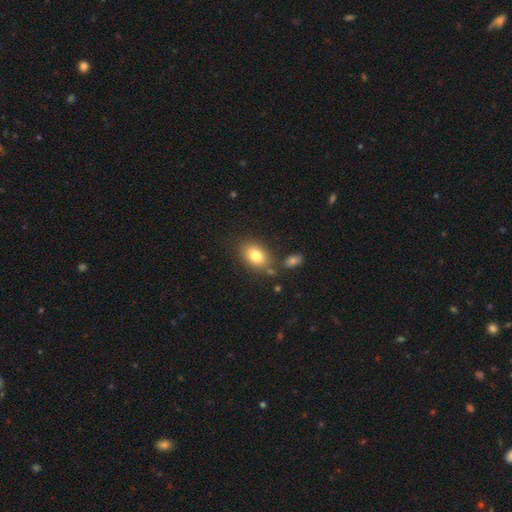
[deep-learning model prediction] smooth_or_featured: smooth (p=0.79) [alt: featured or disk p=0.12]
how_rounded: in between (p=0.77) [alt: round p=0.21]
merging: none (p=0.74) [alt: minor disturbance p=0.13]